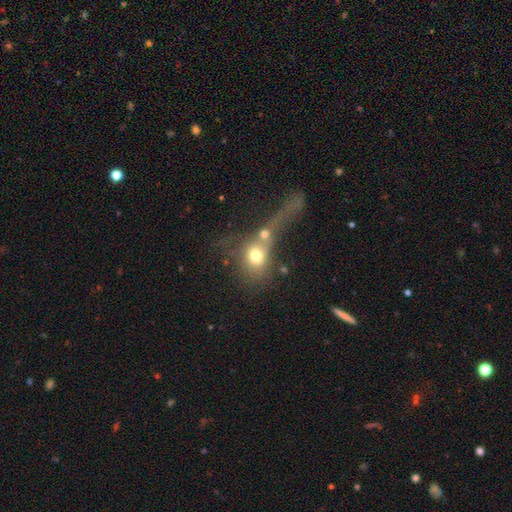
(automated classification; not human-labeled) This is likely a smooth galaxy (63%). How rounded: possibly round (58%). Merging: likely merger (61%).